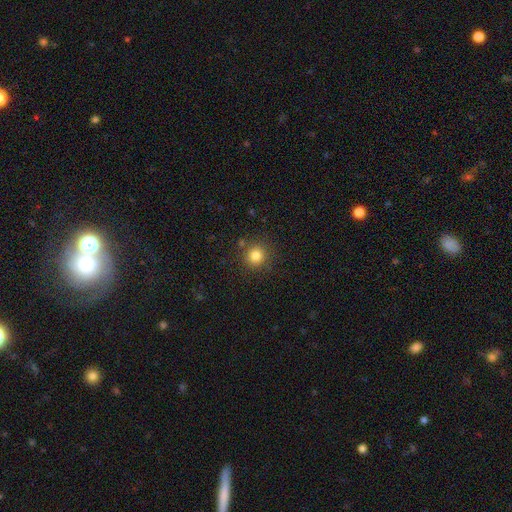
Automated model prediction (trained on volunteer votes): smooth-or-featured: smooth: 81% | star or artifact: 13% | featured or disk: 6%
  how-rounded: round: 92% | in between: 7% | cigar-shaped: 1%
  merging: none: 86% | minor disturbance: 8% | merger: 4% | major disturbance: 3%